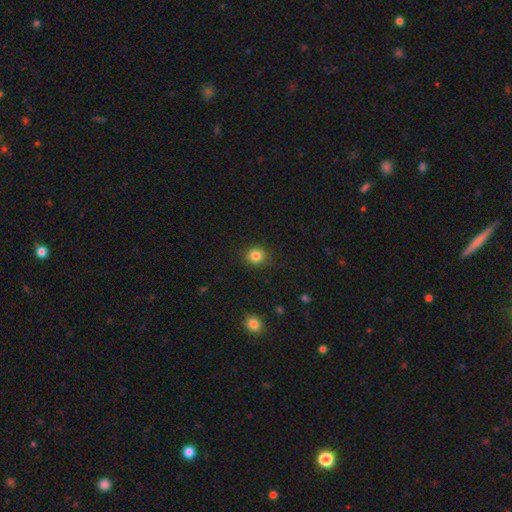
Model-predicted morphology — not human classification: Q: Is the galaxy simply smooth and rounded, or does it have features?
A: smooth — 84%.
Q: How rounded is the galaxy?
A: round — 82%.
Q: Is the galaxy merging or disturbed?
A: none — 89%.